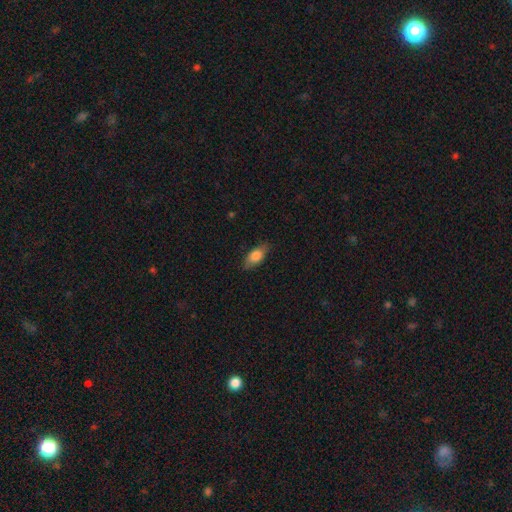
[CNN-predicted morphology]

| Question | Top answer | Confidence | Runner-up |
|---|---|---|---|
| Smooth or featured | smooth | 75% | featured or disk (18%) |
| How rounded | in between | 84% | cigar-shaped (12%) |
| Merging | none | 80% | minor disturbance (16%) |